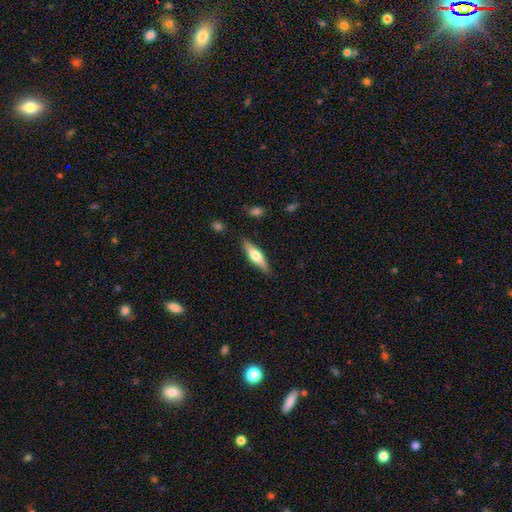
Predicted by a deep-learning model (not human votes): smooth_or_featured: smooth (p=0.51) [alt: featured or disk p=0.43]
how_rounded: cigar-shaped (p=0.65) [alt: in between p=0.32]
merging: none (p=0.86) [alt: minor disturbance p=0.10]